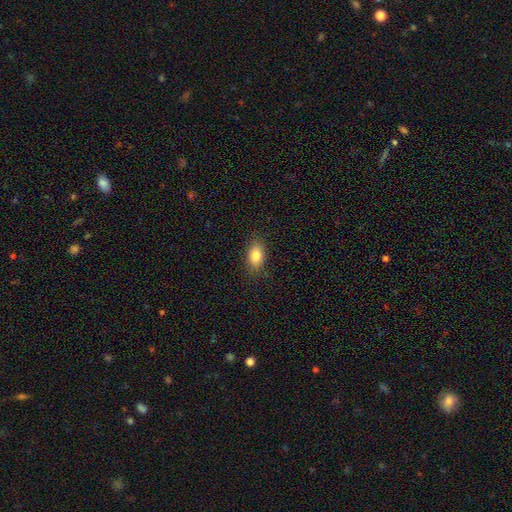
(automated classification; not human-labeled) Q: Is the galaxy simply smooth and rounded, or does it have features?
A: smooth — 83%.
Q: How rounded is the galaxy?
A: in between — 86%.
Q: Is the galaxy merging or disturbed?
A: none — 86%.